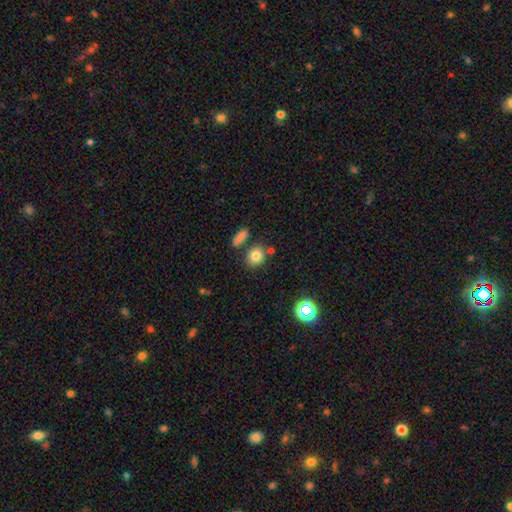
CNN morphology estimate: A smooth galaxy with no disk features (80%) that is round (62%).

Vote fractions:
- Smooth or featured? smooth: 80% / star or artifact: 11% / featured or disk: 9%
- How rounded? round: 62% / in between: 36% / cigar-shaped: 2%
- Merging? none: 72% / merger: 12% / minor disturbance: 12% / major disturbance: 4%